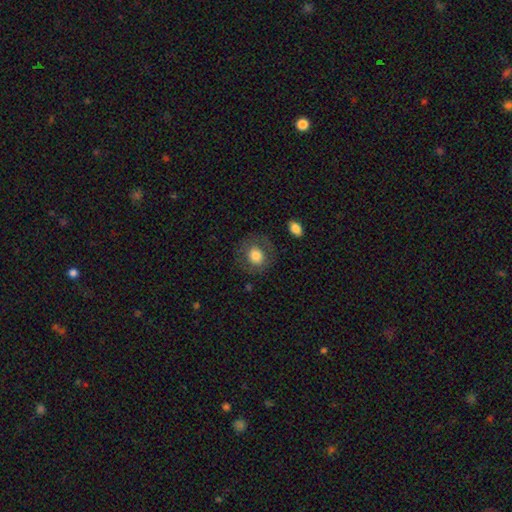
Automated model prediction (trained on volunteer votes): This appears to be a smooth galaxy with no disk features (75%) that is round (76%). Merging: none (77%).